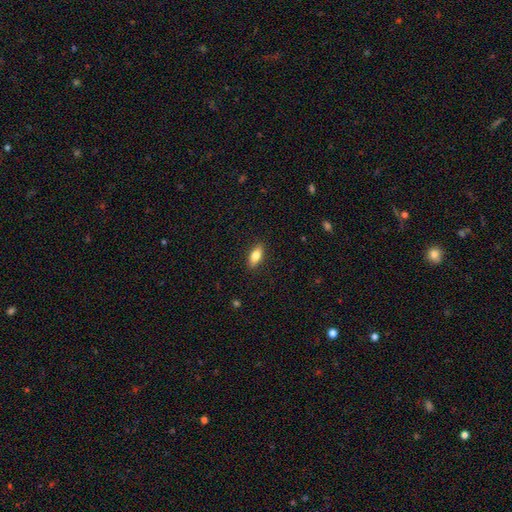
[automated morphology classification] Smooth or featured: smooth — 78% (featured or disk — 15%)
How rounded: in between — 80% (cigar-shaped — 17%)
Merging: none — 89% (minor disturbance — 8%)